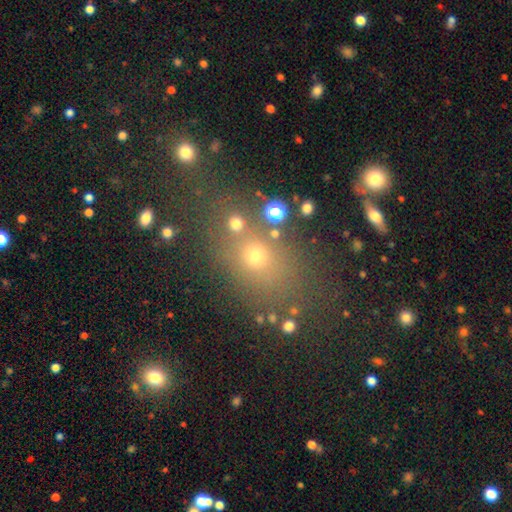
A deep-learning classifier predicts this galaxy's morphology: This appears to be a smooth galaxy with no disk features (63%) that is in between round and cigar-shaped (53%). Merging: none (64%).